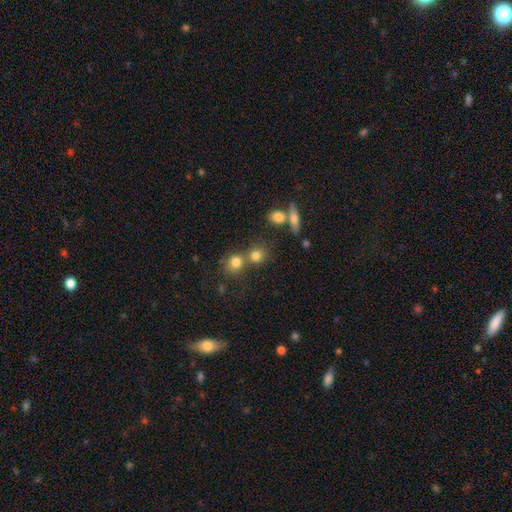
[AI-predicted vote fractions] Q: Smooth or featured?
A: smooth (76%); runner-up: star or artifact (14%)
Q: How rounded?
A: round (84%); runner-up: in between (14%)
Q: Merging?
A: none (53%); runner-up: merger (36%)